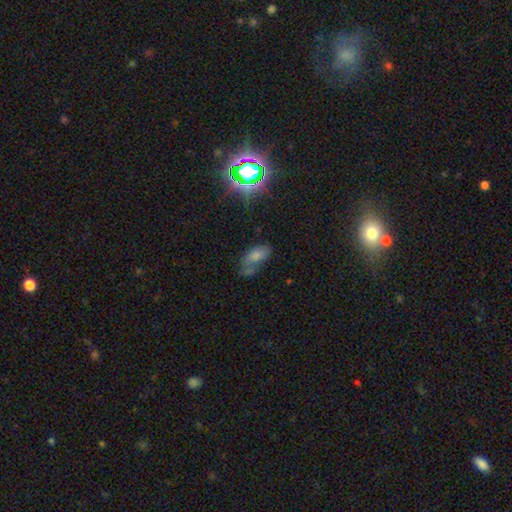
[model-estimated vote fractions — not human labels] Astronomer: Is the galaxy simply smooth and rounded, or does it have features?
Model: smooth — 61%.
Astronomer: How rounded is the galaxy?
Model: in between — 90%.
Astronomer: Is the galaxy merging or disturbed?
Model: none — 38% (runner-up: minor disturbance, 26%).